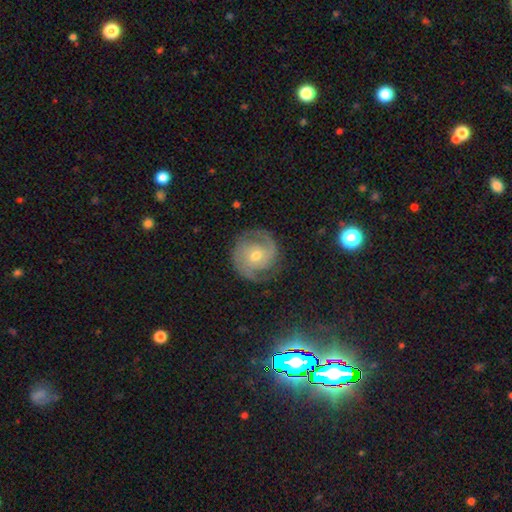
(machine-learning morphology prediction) The model was most divided on "spiral winding": tight: 49%, medium: 40%, loose: 11%. More confident: edge-on disk — no (98%); spiral arms — yes (96%); smooth or featured — featured or disk (82%); merging — none (79%); spiral arm count — 2 (75%); bar — no (63%); bulge size — moderate (62%).